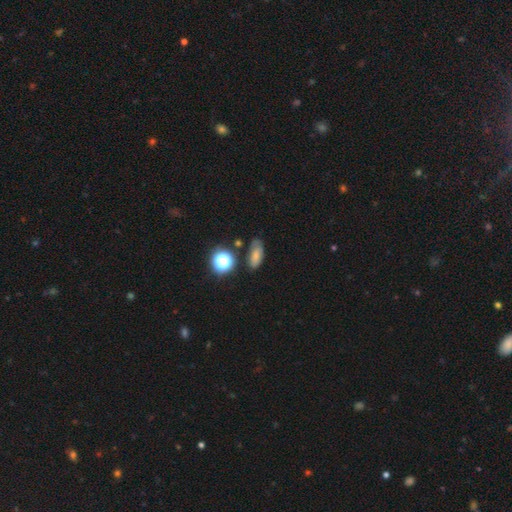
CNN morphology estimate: smooth_or_featured: smooth (p=0.67) [alt: star or artifact p=0.18]
how_rounded: in between (p=0.82) [alt: round p=0.11]
merging: none (p=0.67) [alt: minor disturbance p=0.21]